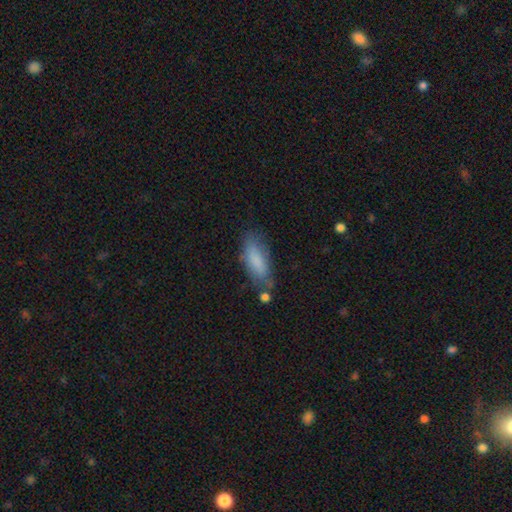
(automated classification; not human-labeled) Smooth or featured?
  - smooth: 80% *
  - featured or disk: 13%
  - star or artifact: 8%
How rounded?
  - in between: 66% *
  - cigar-shaped: 32%
  - round: 2%
Merging?
  - none: 69% *
  - minor disturbance: 21%
  - merger: 5%
  - major disturbance: 5%